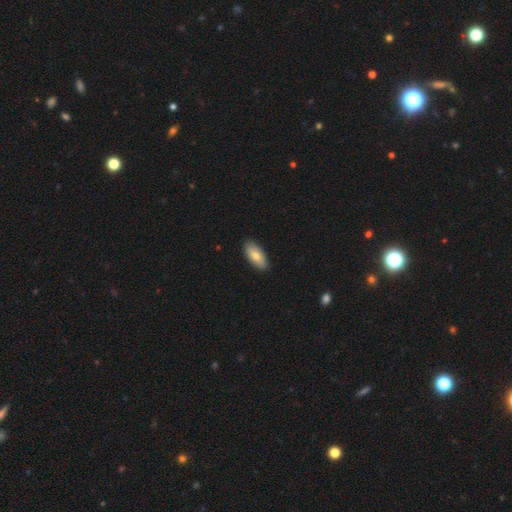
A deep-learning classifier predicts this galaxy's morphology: smooth-or-featured: smooth: 75% | featured or disk: 19% | star or artifact: 6%
  how-rounded: in between: 88% | cigar-shaped: 10% | round: 2%
  merging: none: 89% | minor disturbance: 8% | major disturbance: 2% | merger: 1%